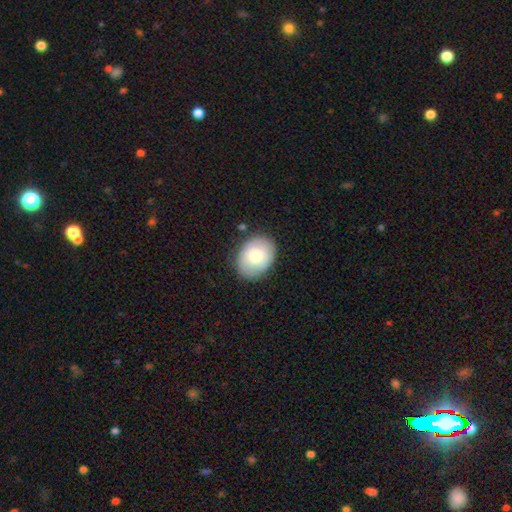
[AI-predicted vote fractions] smooth_or_featured: smooth (p=0.73) [alt: featured or disk p=0.21]
how_rounded: in between (p=0.62) [alt: round p=0.37]
merging: none (p=0.80) [alt: minor disturbance p=0.14]